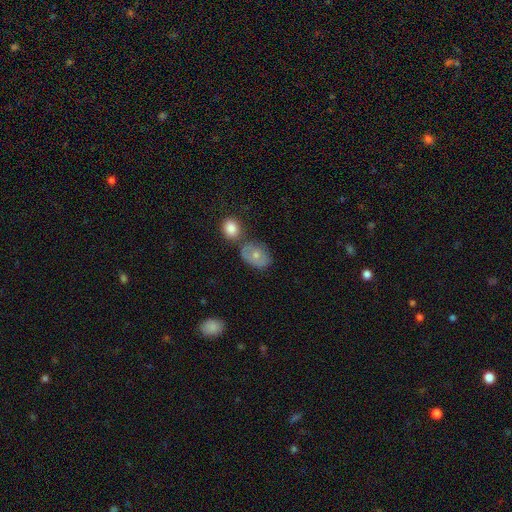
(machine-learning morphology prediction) Overall: smooth (63%; featured or disk 29%). How rounded: in between (74%). Merging: none (48%; minor disturbance 22%).